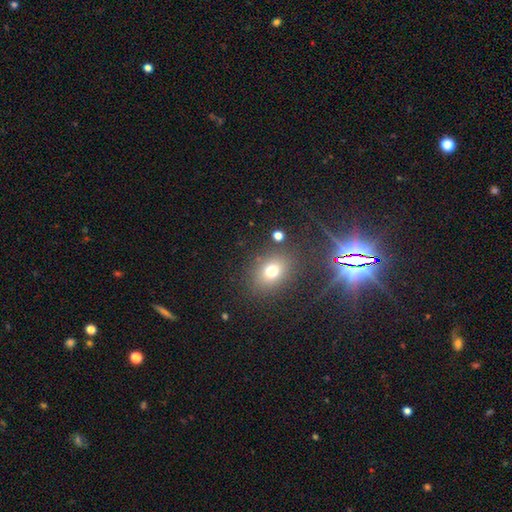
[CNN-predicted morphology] This is possibly a smooth galaxy (48%). Merging: clearly none (85%).